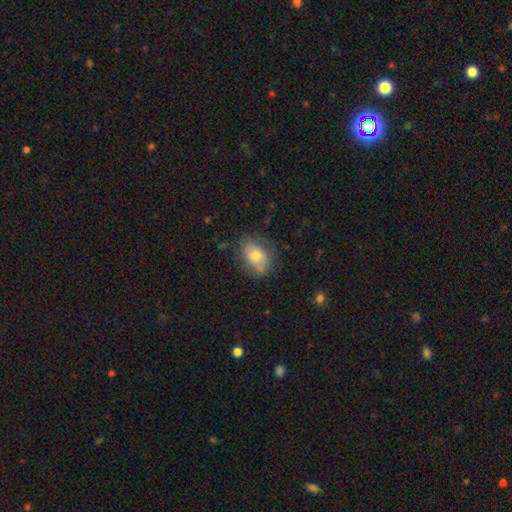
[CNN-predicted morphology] smooth_or_featured: smooth (p=0.72) [alt: featured or disk p=0.19]
how_rounded: in between (p=0.71) [alt: round p=0.28]
merging: none (p=0.70) [alt: minor disturbance p=0.21]